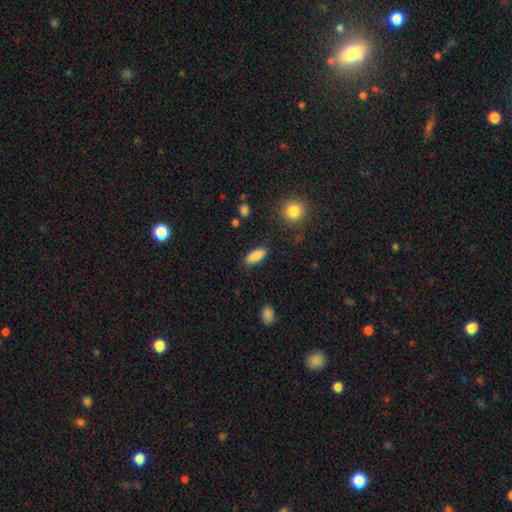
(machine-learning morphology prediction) Q: Smooth or featured?
A: smooth (88%); runner-up: star or artifact (7%)
Q: How rounded?
A: in between (72%); runner-up: cigar-shaped (26%)
Q: Merging?
A: none (86%); runner-up: minor disturbance (10%)